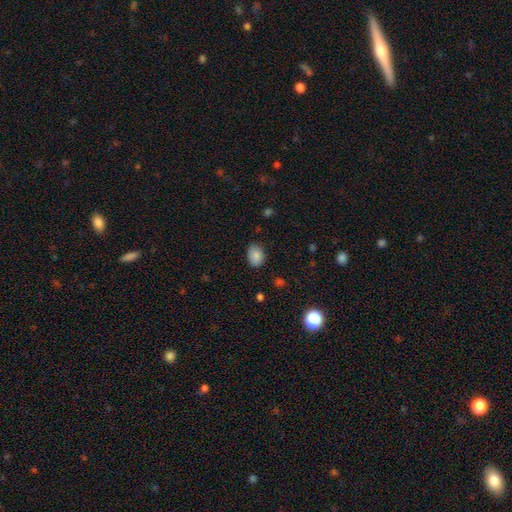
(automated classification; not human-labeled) smooth-or-featured: smooth: 85% | star or artifact: 9% | featured or disk: 6%
  how-rounded: in between: 70% | round: 29% | cigar-shaped: 1%
  merging: none: 80% | minor disturbance: 16% | major disturbance: 3% | merger: 1%